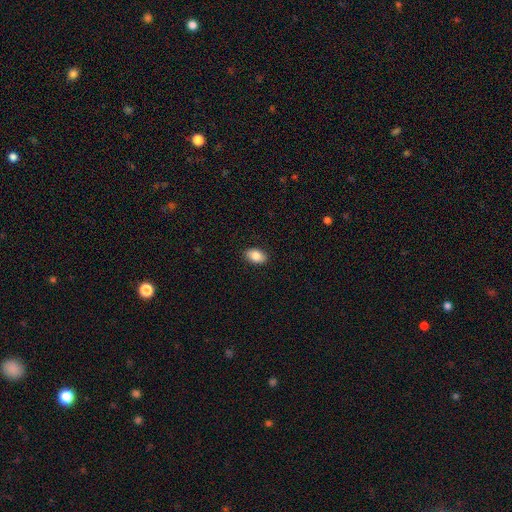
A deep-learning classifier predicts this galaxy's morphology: The model was most divided on "smooth or featured": smooth: 84%, featured or disk: 9%, star or artifact: 7%. More confident: merging — none (90%); how rounded — in between (90%).